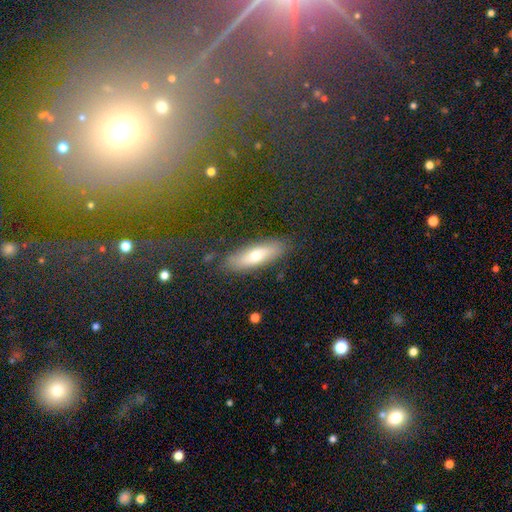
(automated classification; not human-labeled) smooth 62%, featured or disk 30%, star or artifact 8%. Down the decision tree: how rounded — in between (50%); merging — none (83%).